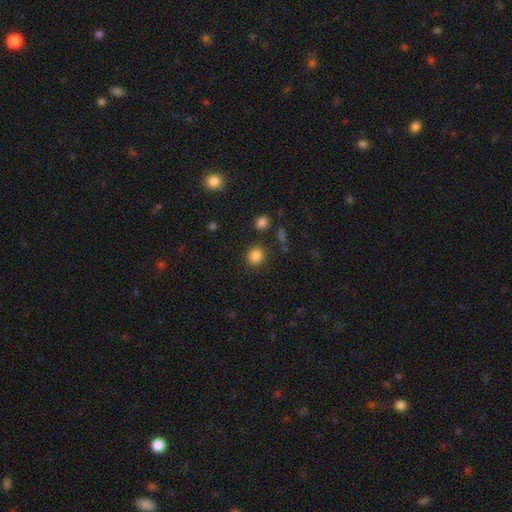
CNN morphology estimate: Smooth or featured: smooth — 85% (star or artifact — 11%)
How rounded: round — 80% (in between — 19%)
Merging: none — 86% (minor disturbance — 8%)